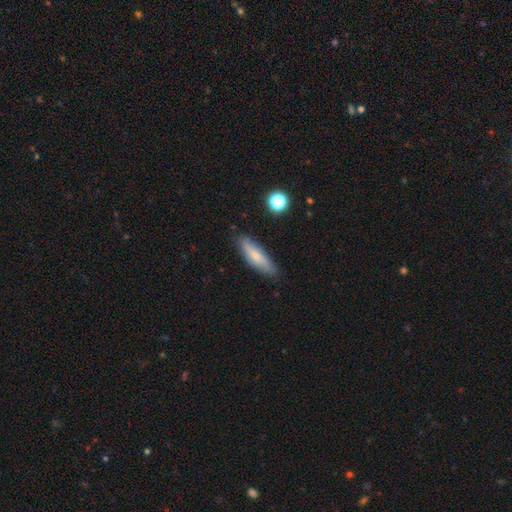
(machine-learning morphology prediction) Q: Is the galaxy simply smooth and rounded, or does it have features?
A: smooth — 69%.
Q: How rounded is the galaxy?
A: cigar-shaped — 62%.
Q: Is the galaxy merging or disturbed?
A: none — 81%.